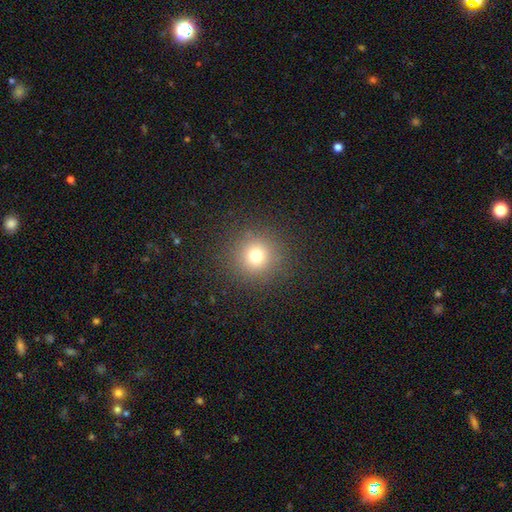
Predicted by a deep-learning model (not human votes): smooth_or_featured: smooth (p=0.74) [alt: star or artifact p=0.18]
how_rounded: round (p=0.95) [alt: in between p=0.04]
merging: none (p=0.89) [alt: minor disturbance p=0.06]